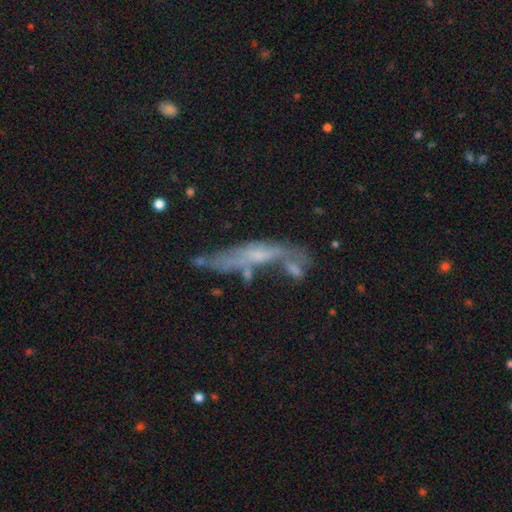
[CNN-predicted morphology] The model was most divided on "edge-on disk": yes: 53%, no: 47%. Remaining: smooth or featured — featured or disk (54%); merging — none (38%).